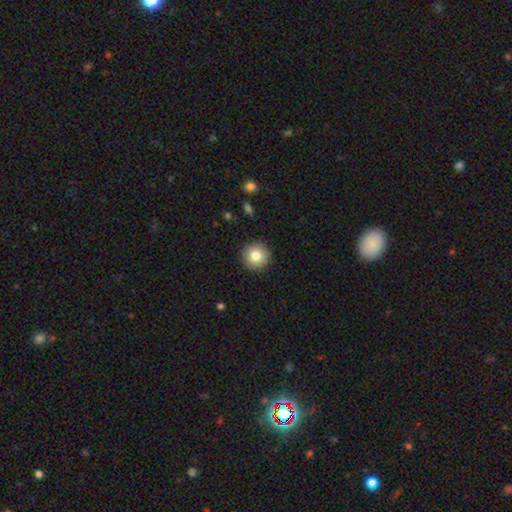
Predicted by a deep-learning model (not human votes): smooth 82%, star or artifact 9%, featured or disk 9%. Down the decision tree: how rounded — round (96%); merging — none (92%).